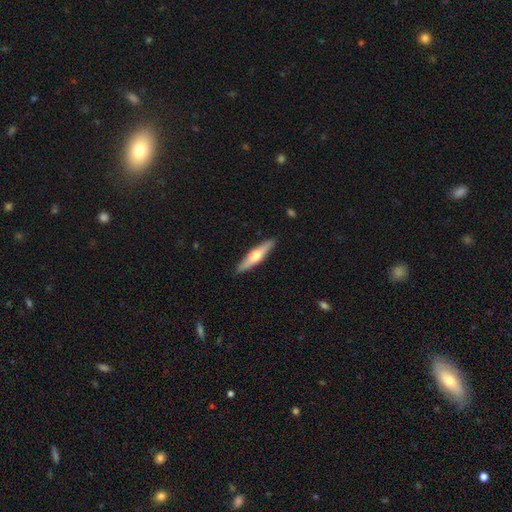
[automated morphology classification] This is possibly a featured or disk galaxy (51%). It is clearly viewed edge-on (94%). Merging: clearly none (90%).